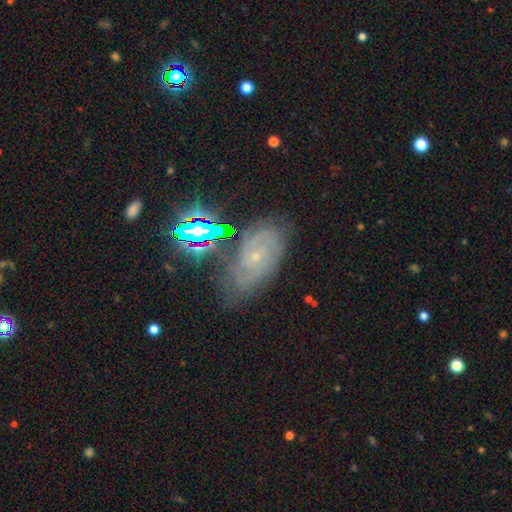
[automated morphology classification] A featured or disk galaxy (69%) with no bar (70%), 2 (39%) tight (67%) spiral arms (94%) and a small central bulge (81%).

Vote fractions:
- Smooth or featured? featured or disk: 69% / star or artifact: 19% / smooth: 12%
- Edge-on disk? no: 95% / yes: 5%
- Bar? no: 70% / weak: 24% / strong: 6%
- Spiral arms? yes: 94% / no: 6%
- Spiral winding? tight: 67% / medium: 27% / loose: 6%
- Spiral arm count? 2: 39% / can't tell: 33% / 3: 13% / 4: 6% / 1: 5% / more than 4: 5%
- Bulge size? small: 81% / moderate: 15% / none: 2% / large: 1% / dominant: 1%
- Merging? none: 67% / minor disturbance: 21% / major disturbance: 8% / merger: 4%